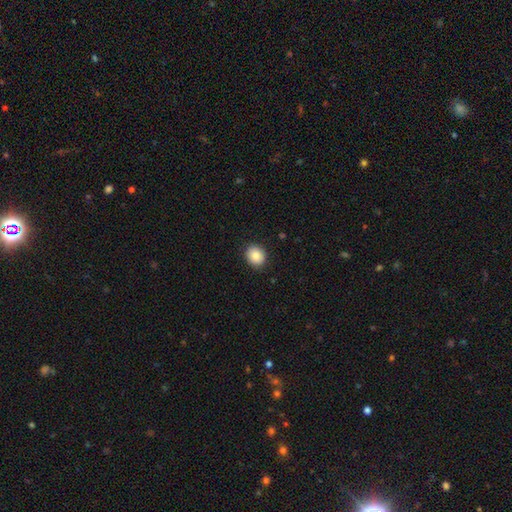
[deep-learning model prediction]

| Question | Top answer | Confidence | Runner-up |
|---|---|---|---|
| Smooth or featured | smooth | 86% | star or artifact (8%) |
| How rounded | round | 65% | in between (34%) |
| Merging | none | 89% | minor disturbance (8%) |